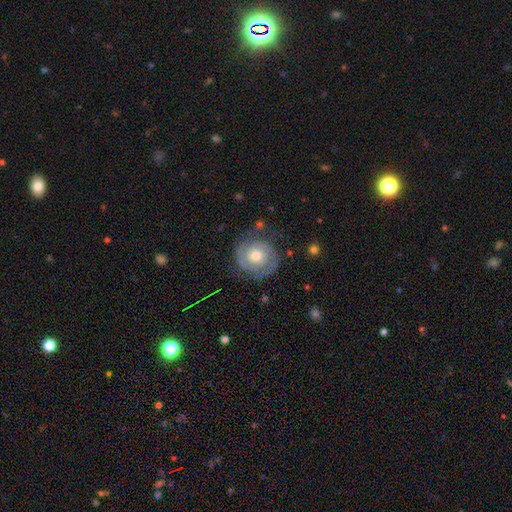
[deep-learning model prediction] Smooth or featured?
  - featured or disk: 81% *
  - smooth: 13%
  - star or artifact: 6%
Edge-on disk?
  - no: 98% *
  - yes: 2%
Bar?
  - no: 78% *
  - weak: 18%
  - strong: 4%
Spiral arms?
  - yes: 93% *
  - no: 7%
Spiral winding?
  - tight: 69% *
  - medium: 24%
  - loose: 6%
Spiral arm count?
  - 2: 80% *
  - can't tell: 9%
  - 1: 5%
  - 3: 3%
  - 4: 1%
  - more than 4: 1%
Bulge size?
  - moderate: 68% *
  - small: 21%
  - large: 8%
  - none: 1%
  - dominant: 1%
Merging?
  - none: 78% *
  - minor disturbance: 14%
  - major disturbance: 6%
  - merger: 2%